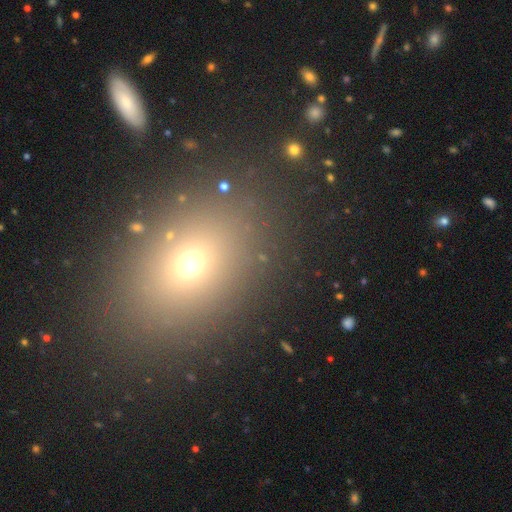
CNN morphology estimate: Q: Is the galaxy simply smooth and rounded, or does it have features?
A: smooth — 62%.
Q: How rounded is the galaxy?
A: in between — 59%.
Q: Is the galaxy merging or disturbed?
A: none — 84%.